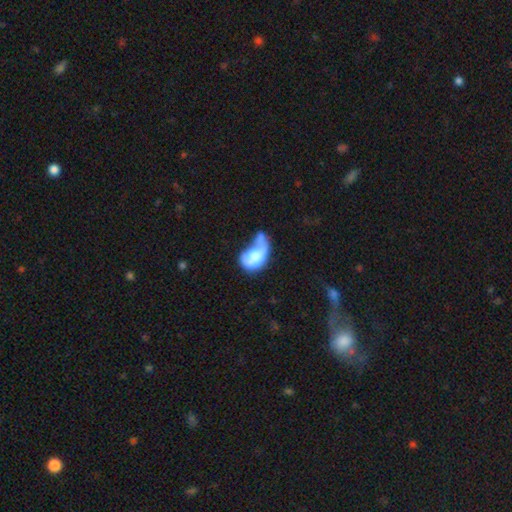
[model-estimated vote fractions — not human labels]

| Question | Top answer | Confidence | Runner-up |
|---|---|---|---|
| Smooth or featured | smooth | 62% | featured or disk (31%) |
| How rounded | in between | 83% | round (15%) |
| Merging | major disturbance | 35% | merger (34%) |